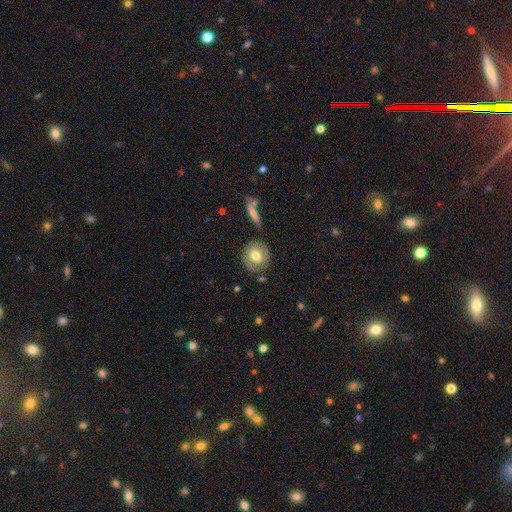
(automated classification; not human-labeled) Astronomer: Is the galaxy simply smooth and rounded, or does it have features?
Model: smooth — 52% (runner-up: featured or disk, 41%).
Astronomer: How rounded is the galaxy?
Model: round — 77%.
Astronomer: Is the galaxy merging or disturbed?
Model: none — 75%.